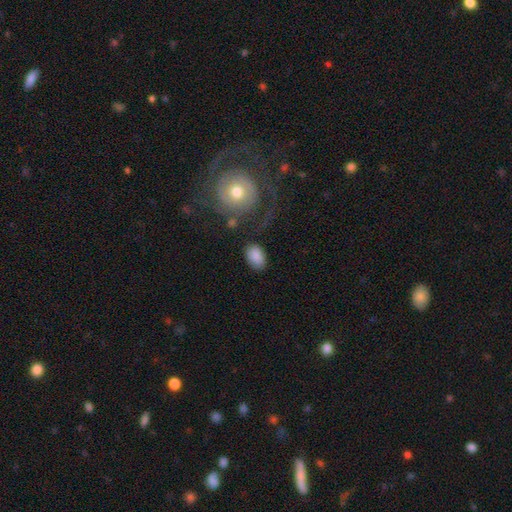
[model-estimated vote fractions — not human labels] Smooth or featured? smooth (86%)
How rounded? in between (86%)
Merging? none (74%)